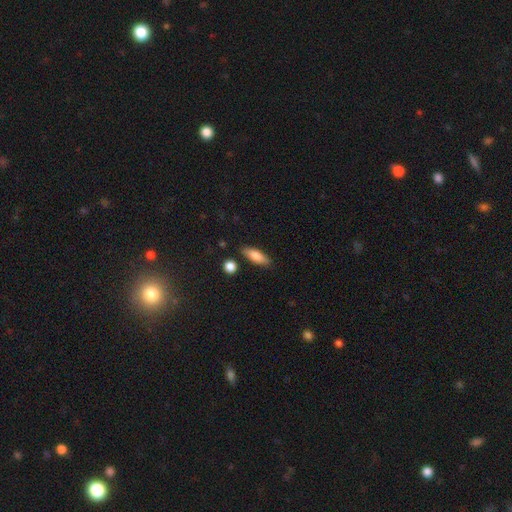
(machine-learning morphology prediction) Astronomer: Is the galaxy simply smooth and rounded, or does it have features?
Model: smooth — 79%.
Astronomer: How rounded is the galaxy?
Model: in between — 57% (runner-up: cigar-shaped, 40%).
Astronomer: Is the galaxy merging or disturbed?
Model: none — 84%.